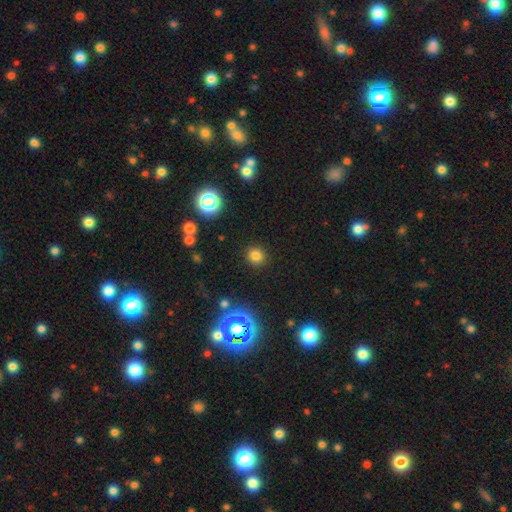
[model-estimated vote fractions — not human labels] This is likely a smooth galaxy (76%). How rounded: clearly round (90%). Merging: clearly none (90%).